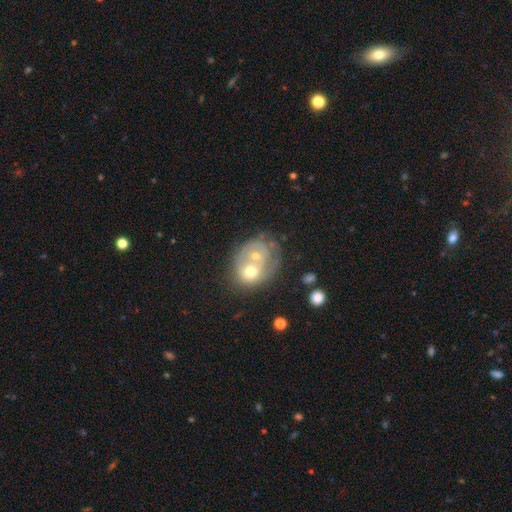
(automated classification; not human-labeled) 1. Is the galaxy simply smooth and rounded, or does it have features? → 47% featured or disk, 45% smooth, 8% star or artifact.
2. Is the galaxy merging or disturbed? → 68% merger, 14% none, 9% major disturbance, 9% minor disturbance.